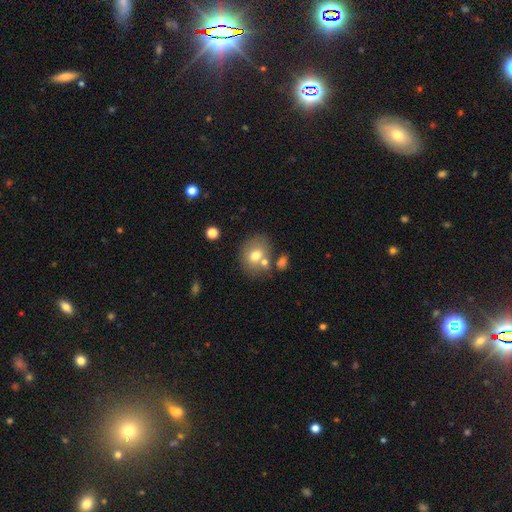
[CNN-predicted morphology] A smooth galaxy with no disk features (71%) that is round (53%).

Vote fractions:
- Smooth or featured? smooth: 71% / featured or disk: 19% / star or artifact: 10%
- How rounded? round: 53% / in between: 46% / cigar-shaped: 1%
- Merging? none: 61% / merger: 19% / minor disturbance: 15% / major disturbance: 5%